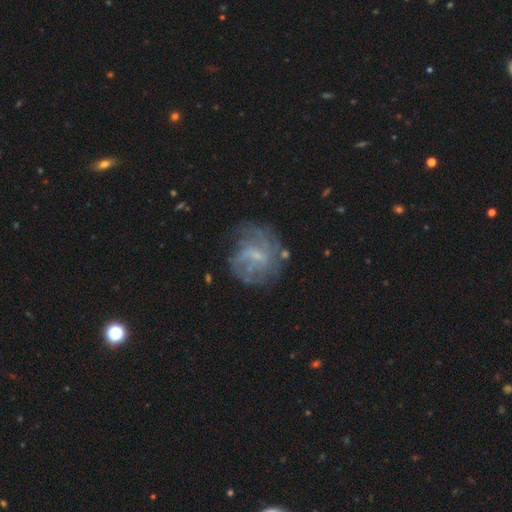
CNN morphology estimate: Q: Smooth or featured?
A: featured or disk (71%); runner-up: smooth (19%)
Q: Edge-on disk?
A: no (98%); runner-up: yes (2%)
Q: Bar?
A: weak (54%); runner-up: no (35%)
Q: Spiral arms?
A: yes (75%); runner-up: no (25%)
Q: Spiral winding?
A: medium (37%); runner-up: tight (35%)
Q: Spiral arm count?
A: can't tell (49%); runner-up: 2 (19%)
Q: Bulge size?
A: small (61%); runner-up: none (21%)
Q: Merging?
A: none (60%); runner-up: minor disturbance (20%)